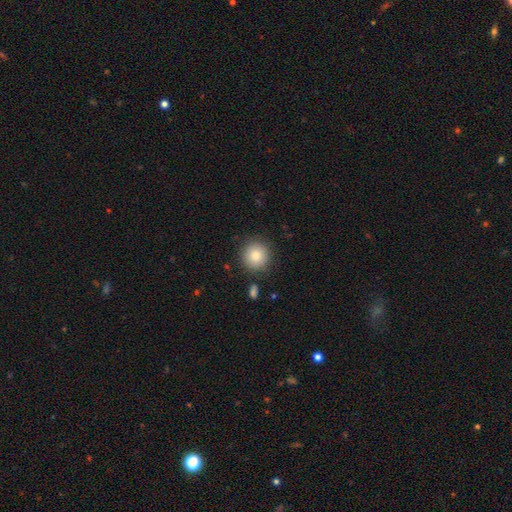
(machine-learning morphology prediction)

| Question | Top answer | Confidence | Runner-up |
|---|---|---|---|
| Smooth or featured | smooth | 84% | star or artifact (9%) |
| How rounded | round | 93% | in between (6%) |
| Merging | none | 87% | minor disturbance (8%) |